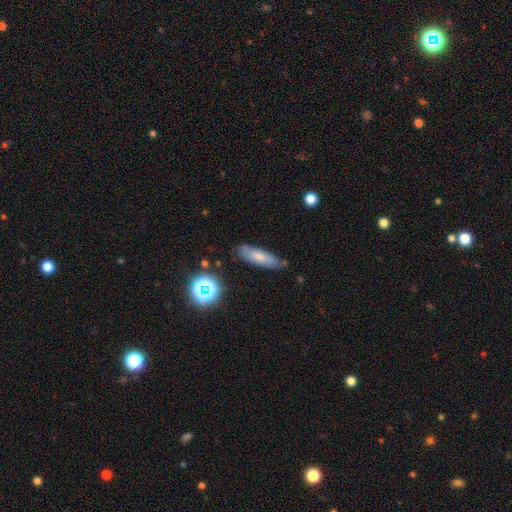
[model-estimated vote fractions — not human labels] smooth-or-featured: smooth: 69% | featured or disk: 19% | star or artifact: 12%
  how-rounded: cigar-shaped: 62% | in between: 34% | round: 4%
  merging: none: 80% | minor disturbance: 14% | major disturbance: 3% | merger: 2%